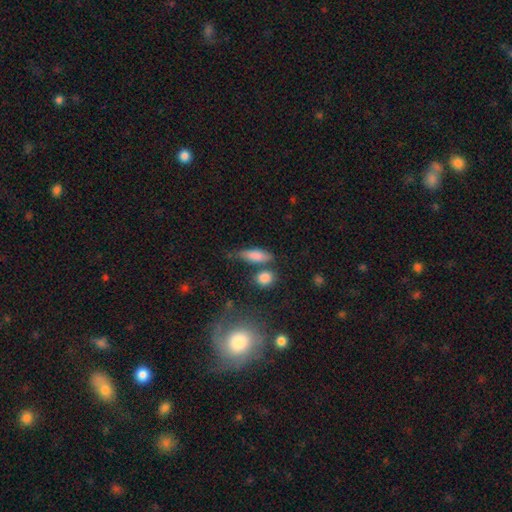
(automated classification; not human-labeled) This is clearly a smooth galaxy (82%). How rounded: possibly in between (58%). Merging: likely none (63%).